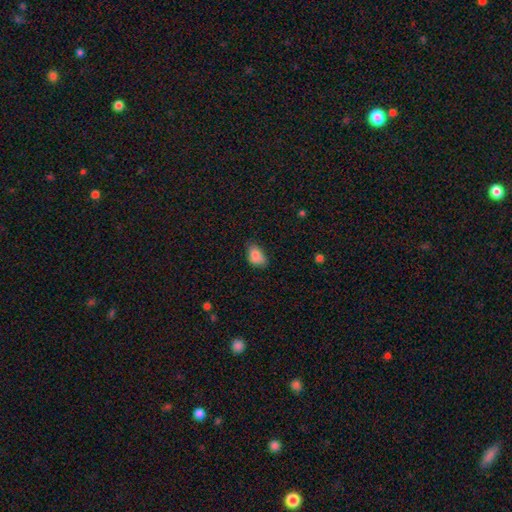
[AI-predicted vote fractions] Smooth or featured?
  - smooth: 86% *
  - star or artifact: 8%
  - featured or disk: 6%
How rounded?
  - in between: 88% *
  - round: 10%
  - cigar-shaped: 1%
Merging?
  - none: 63% *
  - minor disturbance: 30%
  - major disturbance: 6%
  - merger: 1%